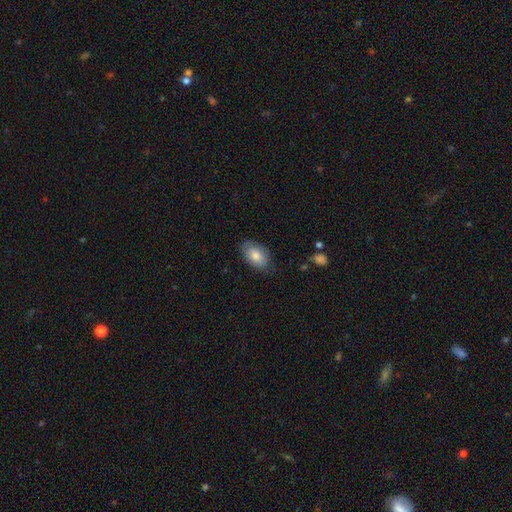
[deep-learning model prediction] smooth-or-featured: smooth: 79% | featured or disk: 14% | star or artifact: 7%
  how-rounded: in between: 90% | round: 9% | cigar-shaped: 1%
  merging: none: 74% | minor disturbance: 21% | major disturbance: 5% | merger: 1%